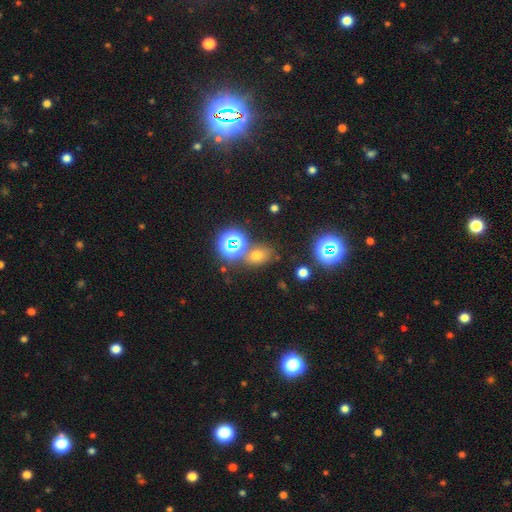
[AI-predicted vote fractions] Smooth or featured?
  - smooth: 58% *
  - star or artifact: 32%
  - featured or disk: 10%
How rounded?
  - in between: 55% *
  - round: 43%
  - cigar-shaped: 1%
Merging?
  - none: 66% *
  - merger: 16%
  - minor disturbance: 12%
  - major disturbance: 5%